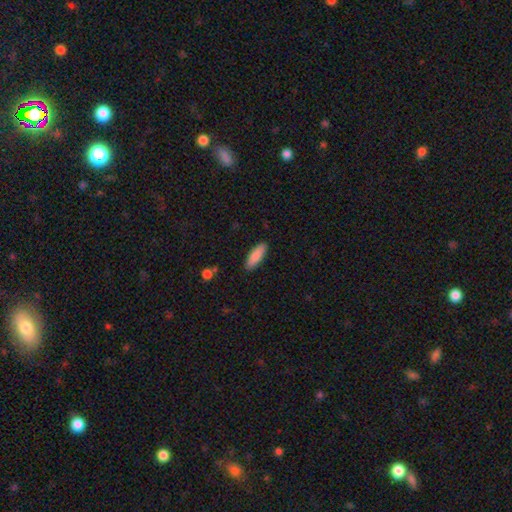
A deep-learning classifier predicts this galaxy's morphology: type=smooth (87%); roundness=in between (53%); merging=none (88%).